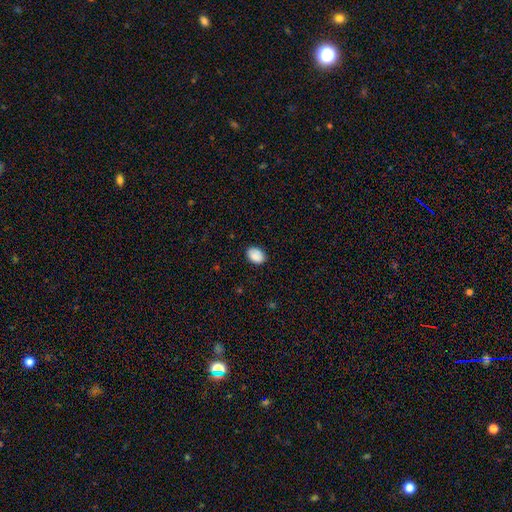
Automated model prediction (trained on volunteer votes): This appears to be a smooth galaxy with no disk features (89%) that is in between round and cigar-shaped (82%). Merging: none (84%).